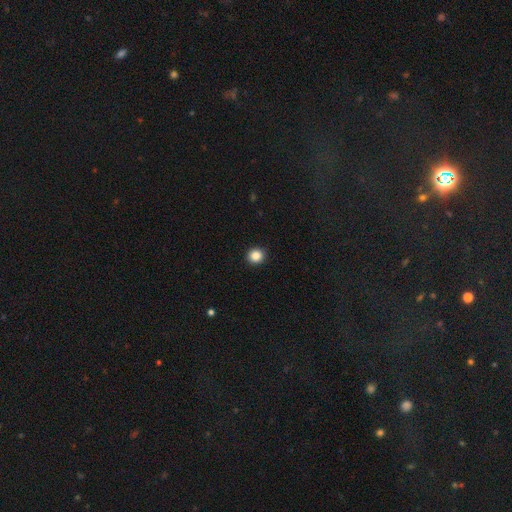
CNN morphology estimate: The model was most divided on "smooth or featured": smooth: 86%, star or artifact: 10%, featured or disk: 3%. More confident: merging — none (93%); how rounded — round (91%).